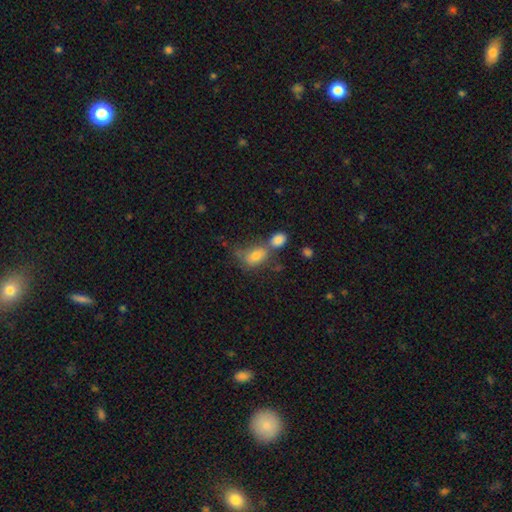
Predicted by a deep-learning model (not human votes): smooth 75%, featured or disk 15%, star or artifact 10%. Down the decision tree: how rounded — in between (79%); merging — merger (43%).